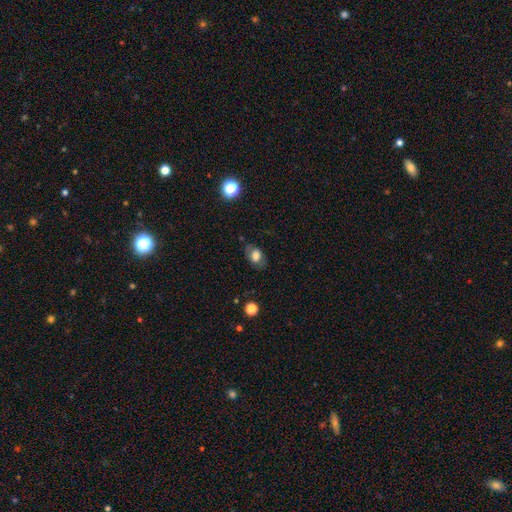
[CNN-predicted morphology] Smooth or featured: smooth — 66% (featured or disk — 24%)
How rounded: in between — 80% (round — 18%)
Merging: none — 74% (minor disturbance — 18%)